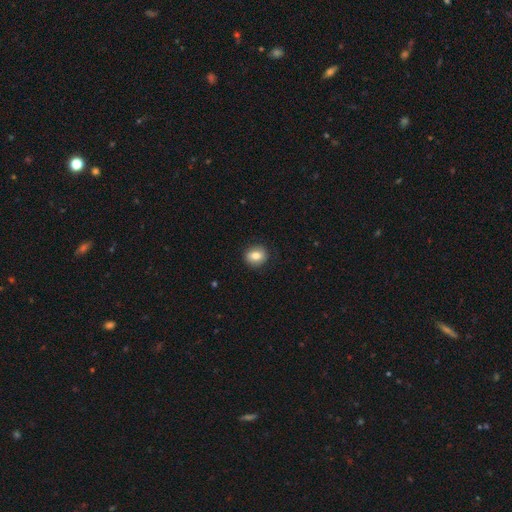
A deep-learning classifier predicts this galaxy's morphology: A smooth galaxy with no disk features (82%) that is round (57%).

Vote fractions:
- Smooth or featured? smooth: 82% / featured or disk: 10% / star or artifact: 9%
- How rounded? round: 57% / in between: 42% / cigar-shaped: 1%
- Merging? none: 86% / minor disturbance: 10% / major disturbance: 2% / merger: 1%